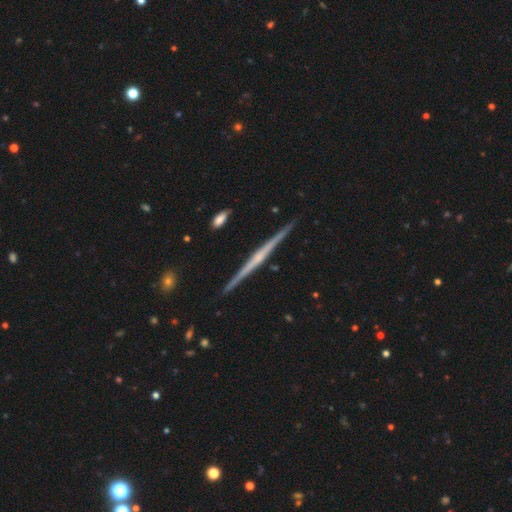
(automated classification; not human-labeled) featured or disk 78%, smooth 15%, star or artifact 6%. Down the decision tree: edge-on disk — yes (98%); edge-on bulge — none (49%); merging — none (91%).